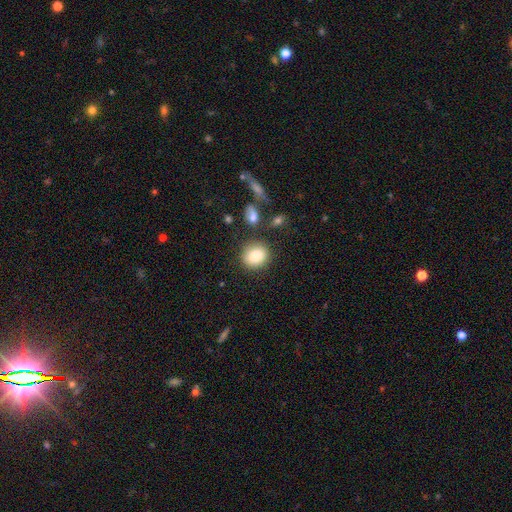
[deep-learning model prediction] This appears to be a smooth galaxy with no disk features (85%) that is round (72%). Merging: none (81%).